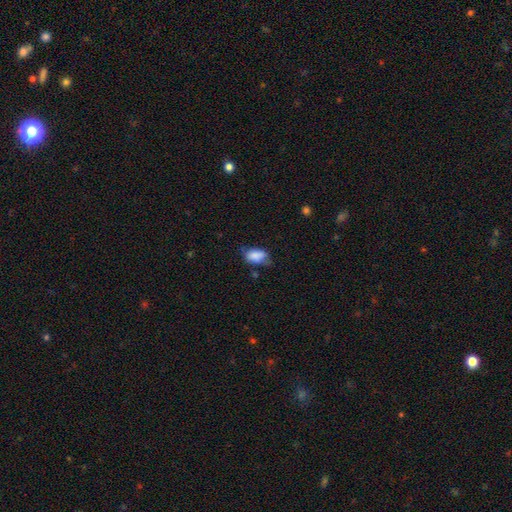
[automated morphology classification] The model was most divided on "merging": none: 50%, minor disturbance: 35%, major disturbance: 11%, merger: 4%. More confident: how rounded — in between (88%); smooth or featured — smooth (83%).